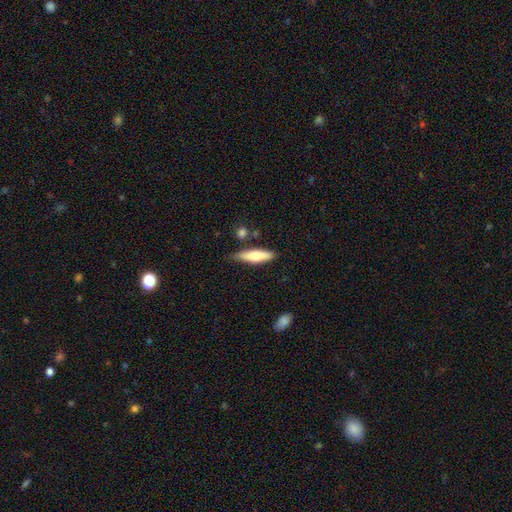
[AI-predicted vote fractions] Q: Smooth or featured?
A: smooth (68%); runner-up: featured or disk (26%)
Q: How rounded?
A: cigar-shaped (66%); runner-up: in between (33%)
Q: Merging?
A: none (72%); runner-up: minor disturbance (19%)